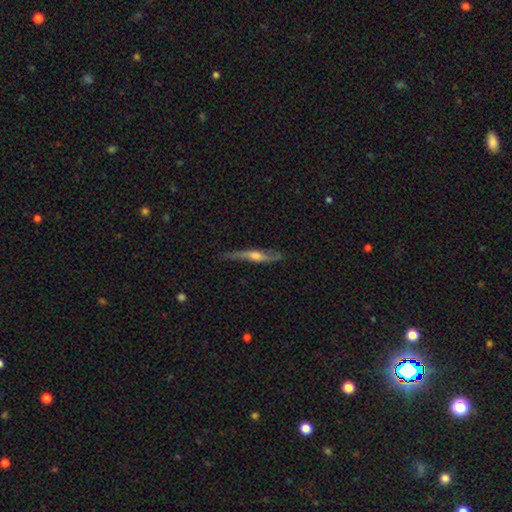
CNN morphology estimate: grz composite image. It shows a featured or disk galaxy (70%) viewed edge-on (86%) with a rounded central bulge (79%). Merging: none (71%).